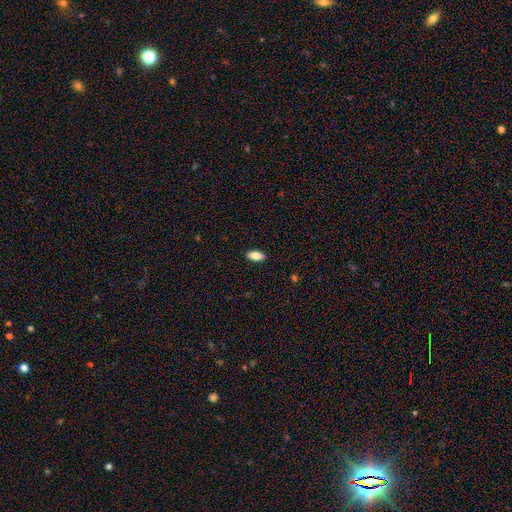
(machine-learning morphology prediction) smooth 87%, star or artifact 7%, featured or disk 5%. Down the decision tree: how rounded — in between (87%); merging — none (90%).